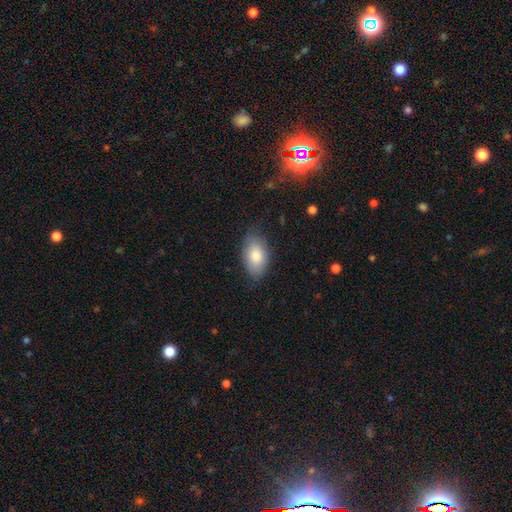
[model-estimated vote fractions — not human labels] A smooth galaxy with no disk features (81%) that is in between round and cigar-shaped (93%).

Vote fractions:
- Smooth or featured? smooth: 81% / featured or disk: 12% / star or artifact: 7%
- How rounded? in between: 93% / round: 5% / cigar-shaped: 2%
- Merging? none: 78% / minor disturbance: 18% / major disturbance: 4% / merger: 1%